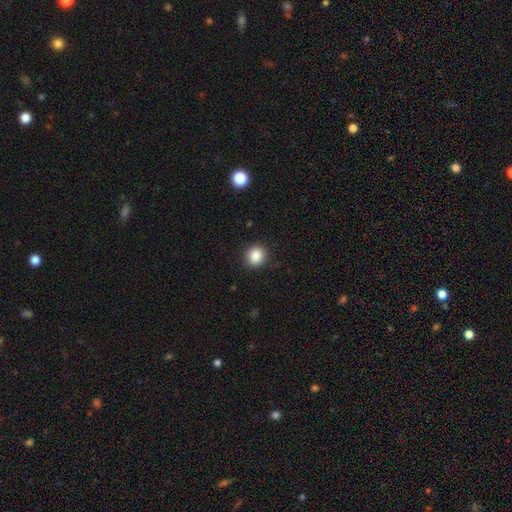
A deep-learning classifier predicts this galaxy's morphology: type=smooth (87%); roundness=round (82%); merging=none (90%).